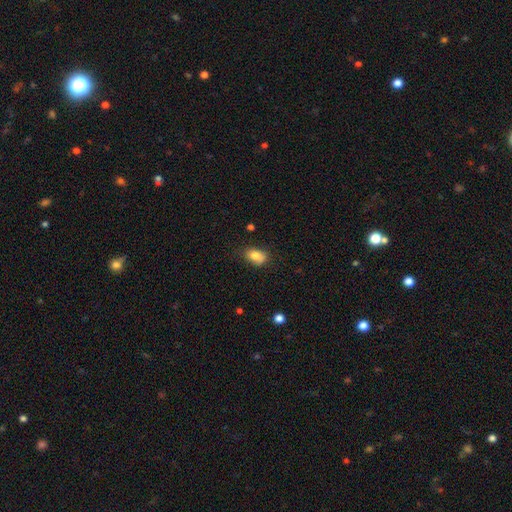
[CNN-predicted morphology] This is likely a smooth galaxy (80%). How rounded: likely in between (80%). Merging: possibly none (55%).